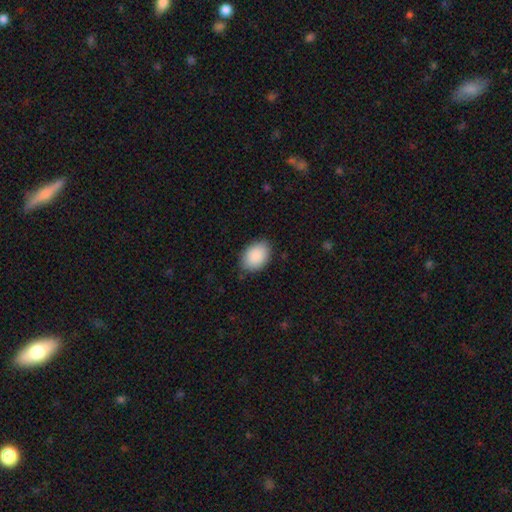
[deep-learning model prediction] Smooth or featured: smooth — 90% (star or artifact — 6%)
How rounded: in between — 82% (round — 16%)
Merging: none — 84% (minor disturbance — 12%)